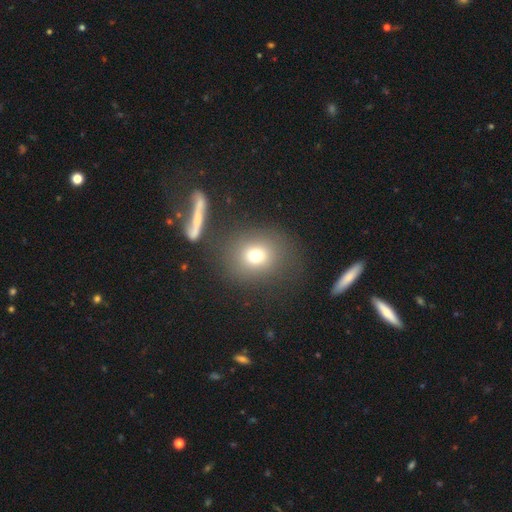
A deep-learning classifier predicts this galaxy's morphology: A smooth galaxy with no disk features (73%) that is round (75%). Merging: none (77%).